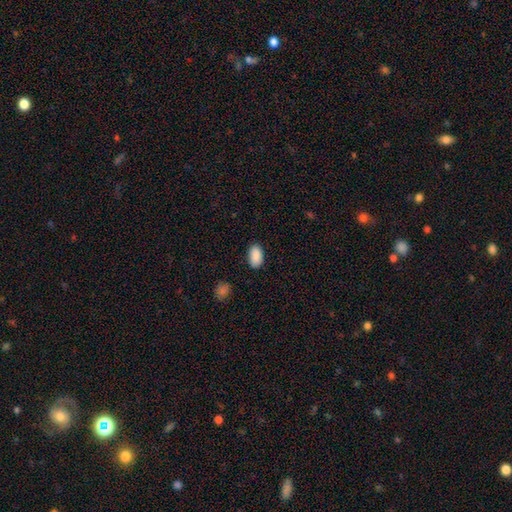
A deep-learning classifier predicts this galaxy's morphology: Smooth or featured? Predicted: smooth (p=0.89). How rounded? Predicted: in between (p=0.94). Merging? Predicted: none (p=0.86).